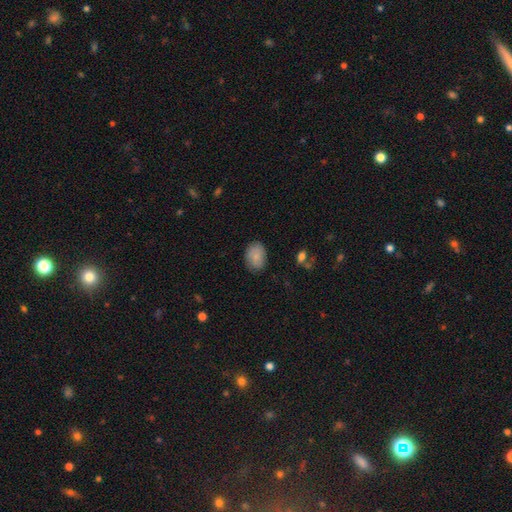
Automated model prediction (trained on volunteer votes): smooth-or-featured: smooth: 81% | featured or disk: 13% | star or artifact: 7%
  how-rounded: in between: 80% | round: 19% | cigar-shaped: 1%
  merging: none: 79% | minor disturbance: 16% | major disturbance: 3% | merger: 1%